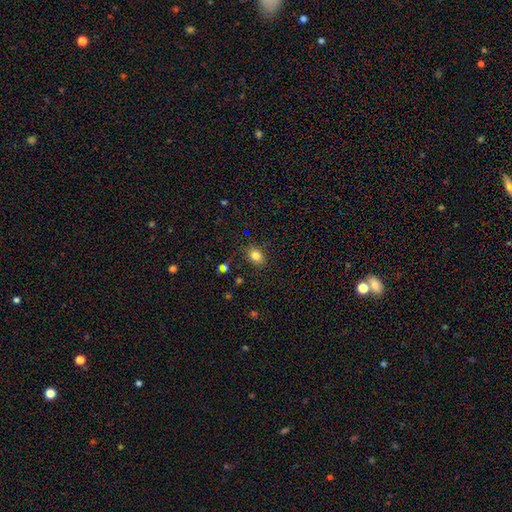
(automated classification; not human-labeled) A smooth galaxy with no disk features (82%) that is in between round and cigar-shaped (64%). Merging: none (82%).